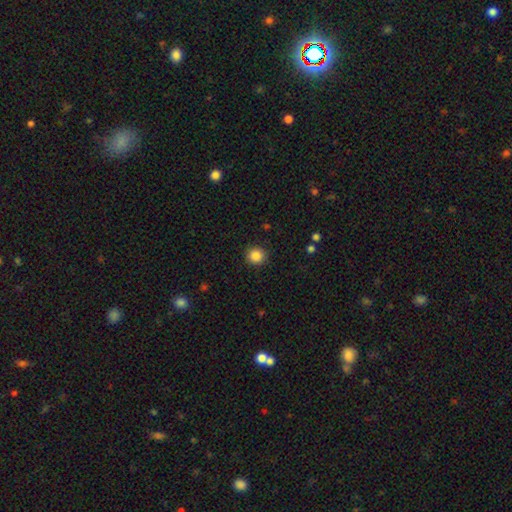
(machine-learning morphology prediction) smooth_or_featured: smooth (p=0.87) [alt: star or artifact p=0.10]
how_rounded: round (p=0.92) [alt: in between p=0.07]
merging: none (p=0.91) [alt: minor disturbance p=0.06]